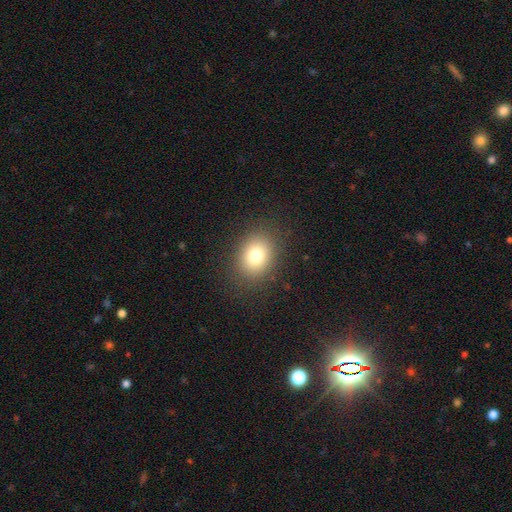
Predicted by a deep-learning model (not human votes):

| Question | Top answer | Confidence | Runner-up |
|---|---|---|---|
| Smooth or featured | smooth | 77% | star or artifact (13%) |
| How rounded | in between | 55% | round (44%) |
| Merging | none | 86% | minor disturbance (9%) |